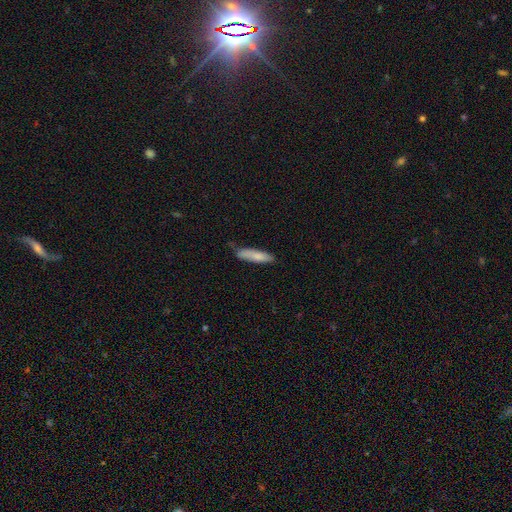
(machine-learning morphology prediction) Smooth or featured? smooth (80%)
How rounded? cigar-shaped (76%)
Merging? none (70%)